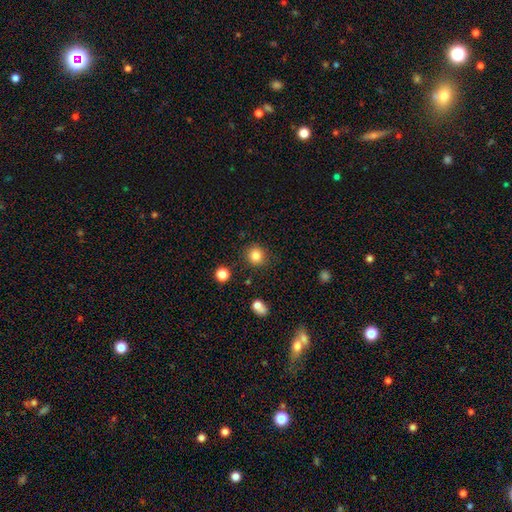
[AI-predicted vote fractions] smooth_or_featured: smooth (p=0.84) [alt: star or artifact p=0.11]
how_rounded: round (p=0.88) [alt: in between p=0.11]
merging: none (p=0.87) [alt: minor disturbance p=0.08]